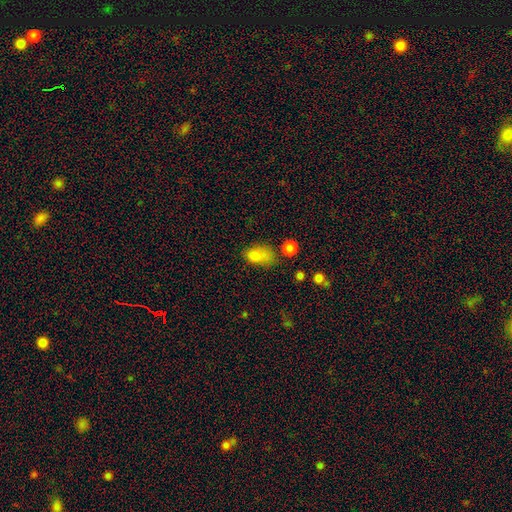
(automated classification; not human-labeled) Q: Smooth or featured?
A: smooth (79%); runner-up: star or artifact (12%)
Q: How rounded?
A: in between (84%); runner-up: round (14%)
Q: Merging?
A: none (40%); runner-up: minor disturbance (30%)